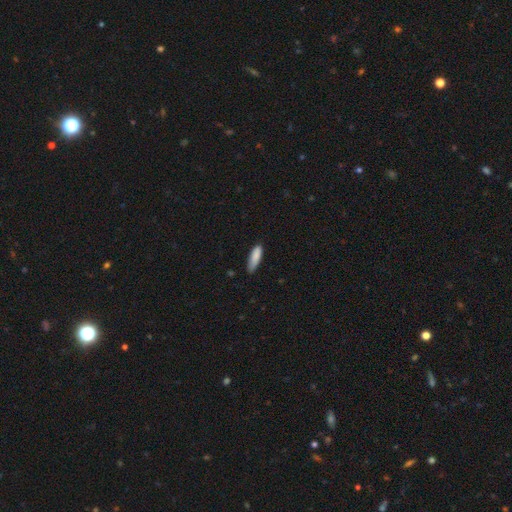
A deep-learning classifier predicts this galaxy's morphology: A smooth galaxy with no disk features (87%) that is cigar-shaped (55%). Merging: none (64%).